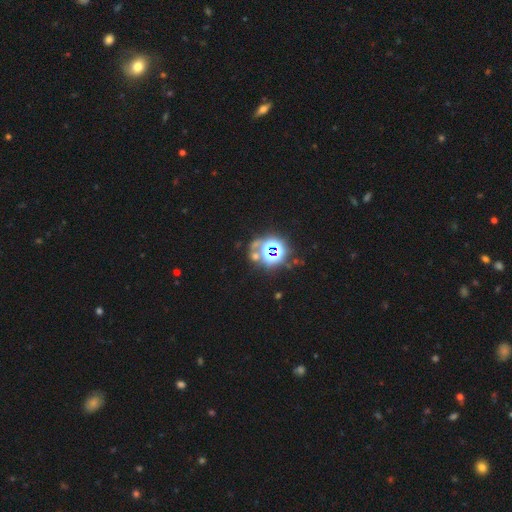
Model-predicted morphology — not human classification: A star or artifact, not a galaxy (63%).

Vote fractions:
- Smooth or featured? star or artifact: 63% / smooth: 26% / featured or disk: 11%